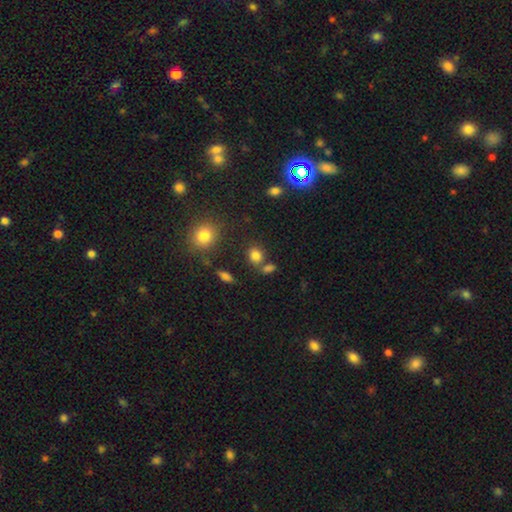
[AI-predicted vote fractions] Overall: smooth (80%). How rounded: round (61%; in between 37%). Merging: none (65%).